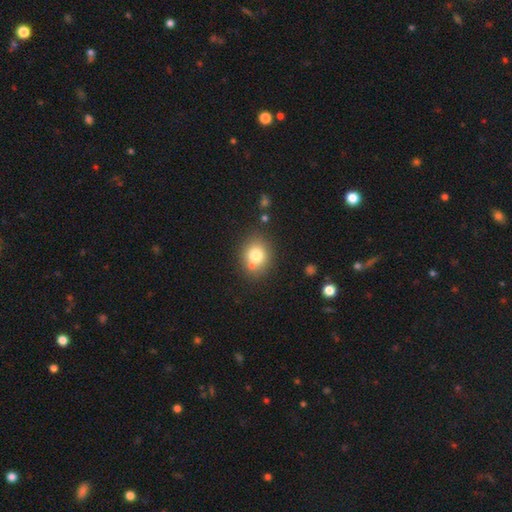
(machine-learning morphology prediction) A smooth galaxy with no disk features (77%) that is round (63%).

Vote fractions:
- Smooth or featured? smooth: 77% / featured or disk: 13% / star or artifact: 11%
- How rounded? round: 63% / in between: 36% / cigar-shaped: 1%
- Merging? none: 69% / merger: 14% / minor disturbance: 13% / major disturbance: 4%